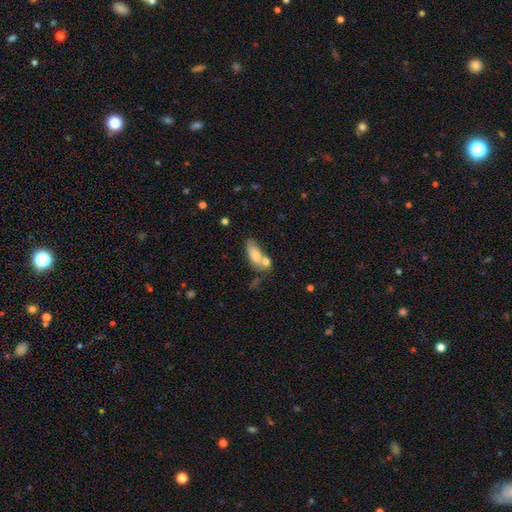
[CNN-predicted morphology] Smooth or featured? smooth (72%)
How rounded? in between (78%)
Merging? merger (38%)